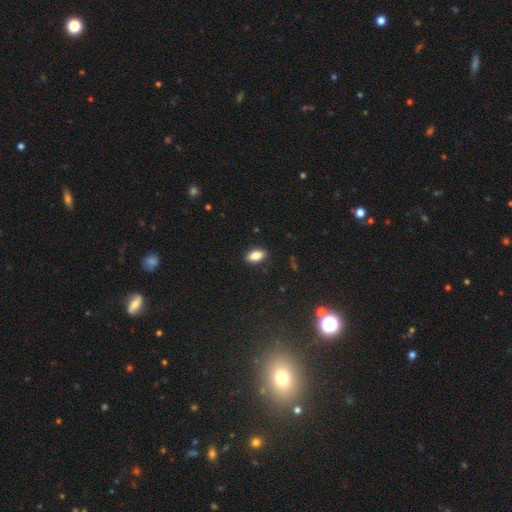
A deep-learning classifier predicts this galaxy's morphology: smooth_or_featured: smooth (p=0.87) [alt: star or artifact p=0.08]
how_rounded: in between (p=0.92) [alt: round p=0.05]
merging: none (p=0.88) [alt: minor disturbance p=0.09]